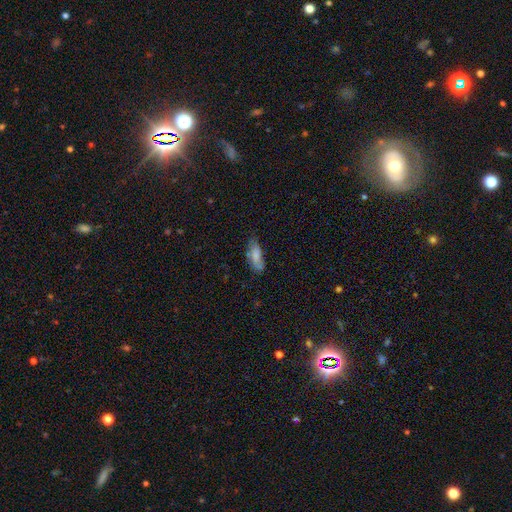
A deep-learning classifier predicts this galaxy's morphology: type=smooth (73%); roundness=in between (74%); merging=none (61%).